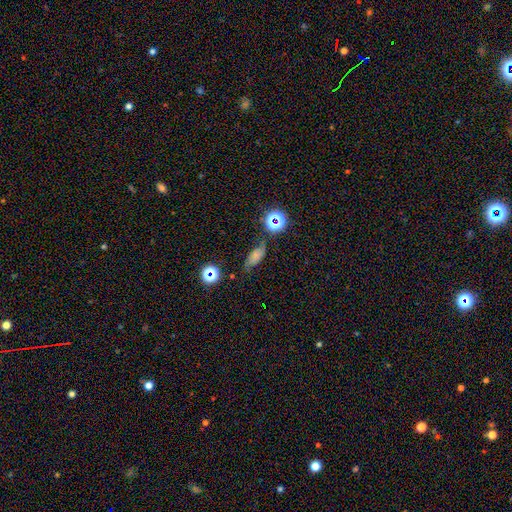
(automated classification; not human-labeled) Q: Smooth or featured?
A: smooth (61%); runner-up: star or artifact (20%)
Q: How rounded?
A: in between (70%); runner-up: cigar-shaped (21%)
Q: Merging?
A: none (64%); runner-up: minor disturbance (24%)